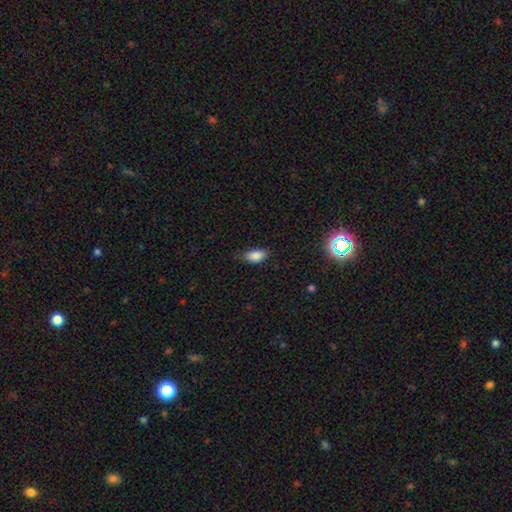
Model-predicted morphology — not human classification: Smooth or featured? smooth (85%)
How rounded? in between (90%)
Merging? none (72%)